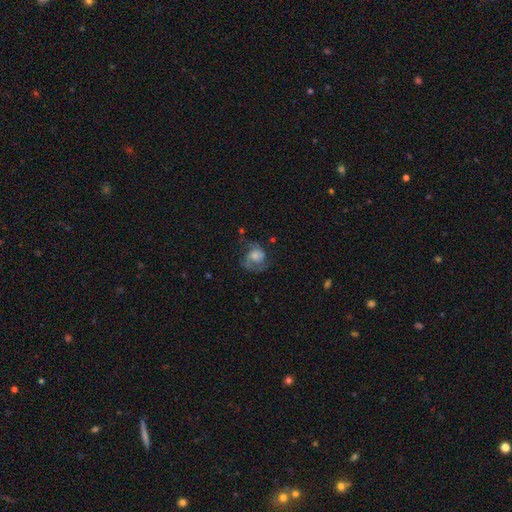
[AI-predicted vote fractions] This appears to be a featured or disk galaxy (63%) with no bar (68%), 2 (68%) medium (48%) spiral arms (86%) and a moderate central bulge (40%). Merging: none (52%).